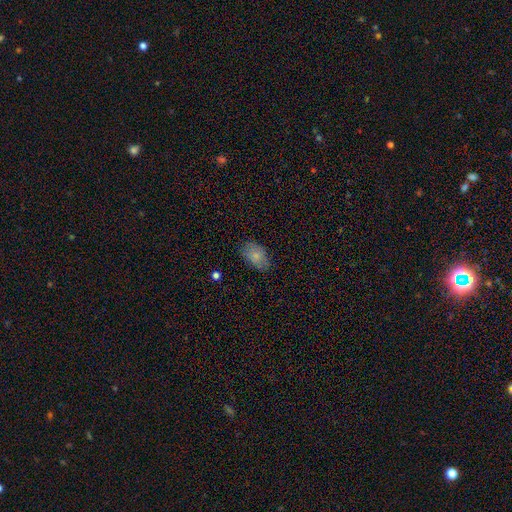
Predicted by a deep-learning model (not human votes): This is clearly a smooth galaxy (81%). How rounded: clearly in between (91%). Merging: likely none (79%).